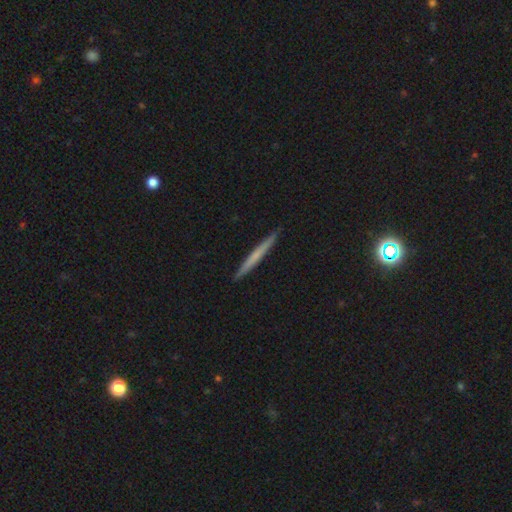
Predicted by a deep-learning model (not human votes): The model was most divided on "smooth or featured": smooth: 53%, featured or disk: 42%, star or artifact: 6%. More confident: how rounded — cigar-shaped (97%); merging — none (92%).